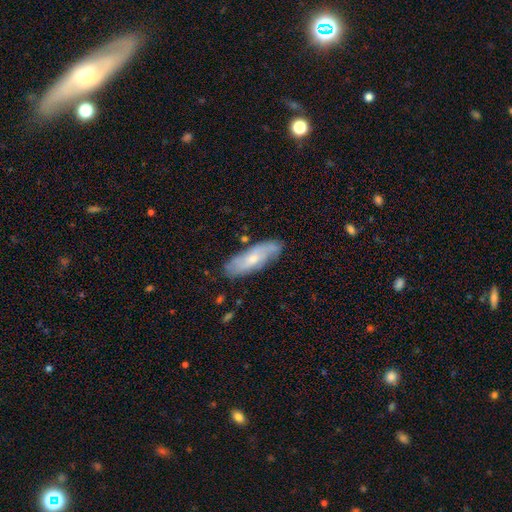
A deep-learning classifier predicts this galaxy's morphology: smooth-or-featured: featured or disk: 55% | smooth: 35% | star or artifact: 10%
  disk-edge-on: no: 72% | yes: 28%
  merging: none: 81% | minor disturbance: 15% | major disturbance: 3% | merger: 2%